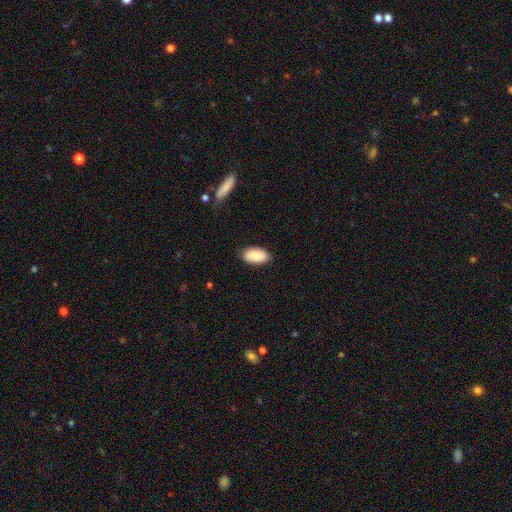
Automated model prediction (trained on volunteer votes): Overall: smooth (86%). How rounded: in between (94%). Merging: none (82%).